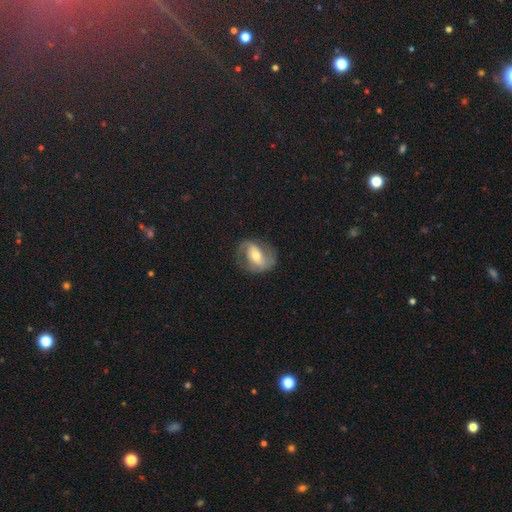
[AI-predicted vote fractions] Smooth or featured: featured or disk — 78% (smooth — 16%)
Edge-on disk: no — 96% (yes — 4%)
Bar: weak — 37% (strong — 36%)
Spiral arms: yes — 90% (no — 10%)
Spiral winding: medium — 46% (loose — 33%)
Spiral arm count: 2 — 86% (1 — 6%)
Bulge size: moderate — 63% (small — 30%)
Merging: none — 72% (minor disturbance — 17%)